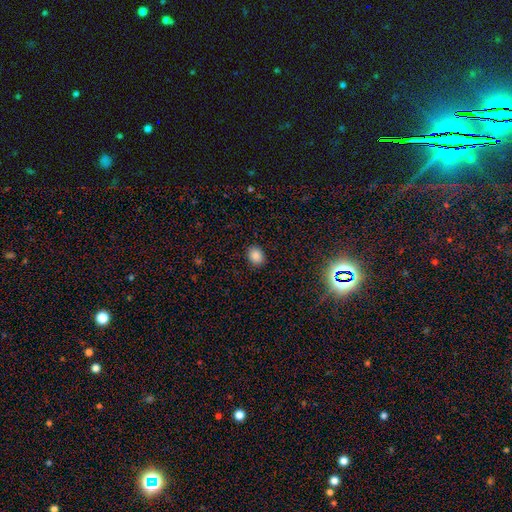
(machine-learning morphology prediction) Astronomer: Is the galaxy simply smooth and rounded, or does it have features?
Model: smooth — 85%.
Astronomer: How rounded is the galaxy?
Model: in between — 55% (runner-up: round, 44%).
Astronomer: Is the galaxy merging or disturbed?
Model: none — 89%.